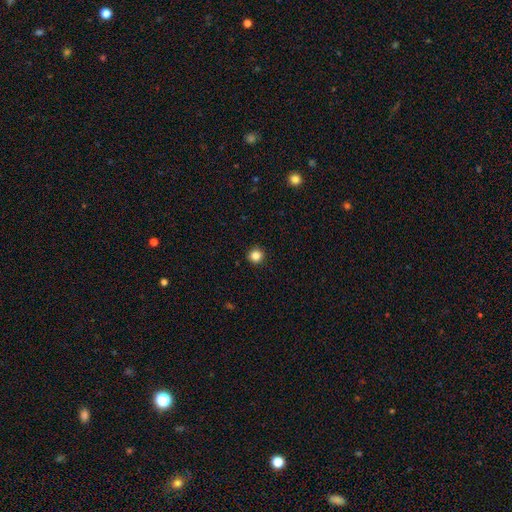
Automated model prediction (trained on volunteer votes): A smooth galaxy with no disk features (85%) that is round (95%). Merging: none (93%).